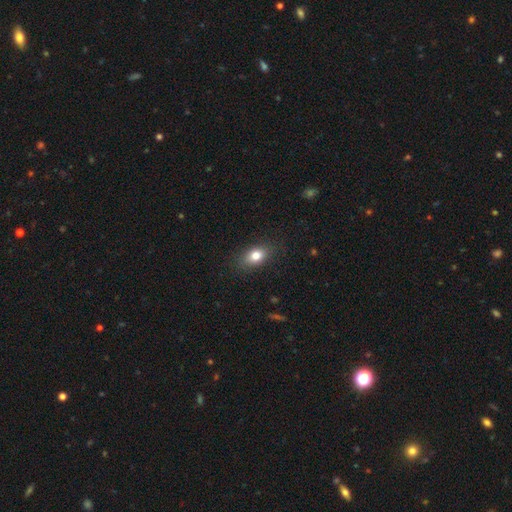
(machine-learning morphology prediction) Smooth or featured? Predicted: smooth (p=0.79). How rounded? Predicted: in between (p=0.79). Merging? Predicted: none (p=0.86).